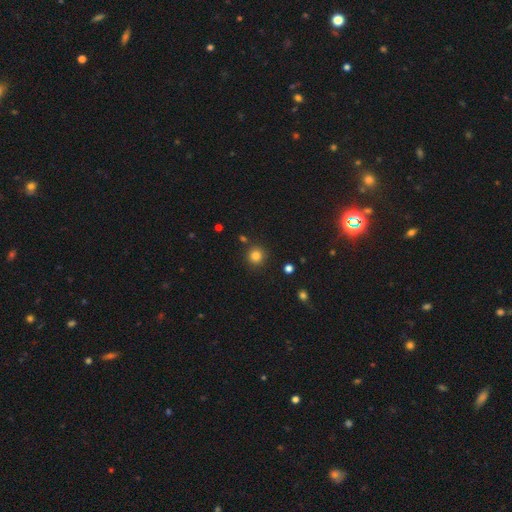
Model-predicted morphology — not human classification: Q: Smooth or featured?
A: smooth (83%); runner-up: star or artifact (13%)
Q: How rounded?
A: round (93%); runner-up: in between (6%)
Q: Merging?
A: none (86%); runner-up: minor disturbance (7%)